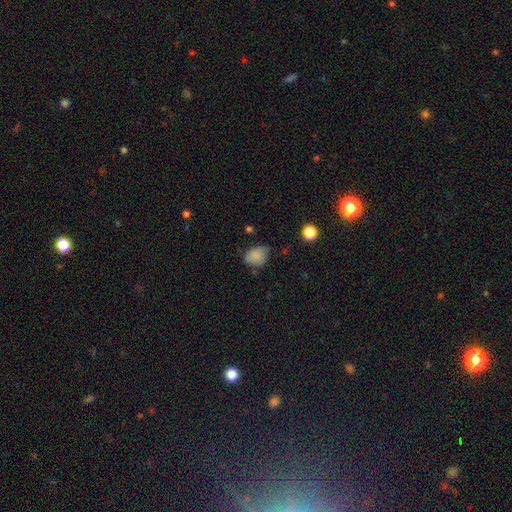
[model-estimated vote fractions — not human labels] smooth_or_featured: smooth (p=0.80) [alt: star or artifact p=0.10]
how_rounded: in between (p=0.68) [alt: round p=0.31]
merging: none (p=0.53) [alt: minor disturbance p=0.36]